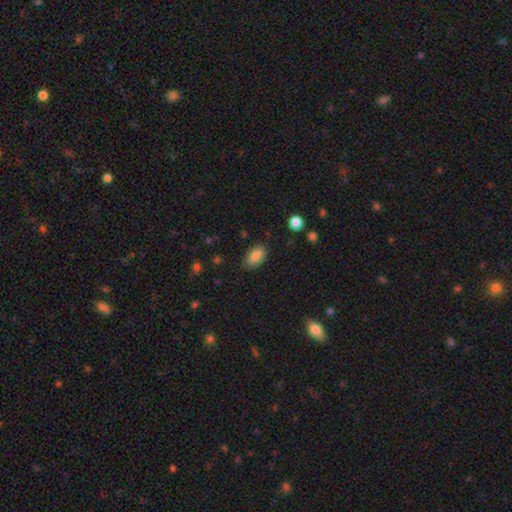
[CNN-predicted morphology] Overall: smooth (83%). How rounded: in between (91%). Merging: none (82%).